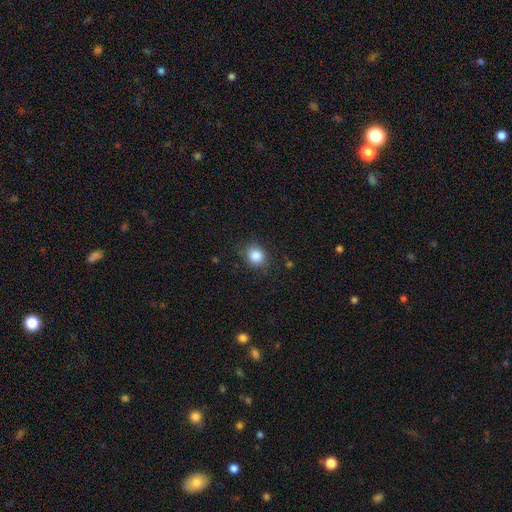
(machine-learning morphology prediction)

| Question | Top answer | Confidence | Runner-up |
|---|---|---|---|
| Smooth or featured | smooth | 86% | star or artifact (9%) |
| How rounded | round | 74% | in between (25%) |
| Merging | none | 83% | minor disturbance (13%) |